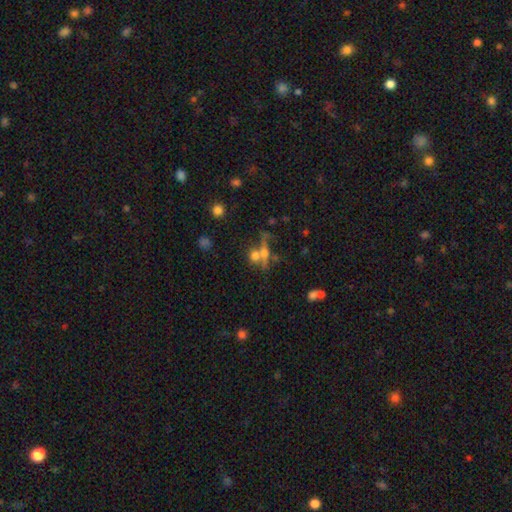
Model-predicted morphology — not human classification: Smooth or featured: smooth — 49% (featured or disk — 32%)
Merging: merger — 43% (none — 41%)